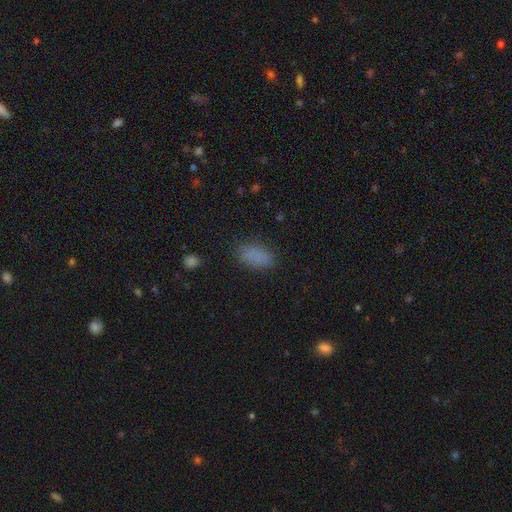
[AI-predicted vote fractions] Overall: smooth (84%). How rounded: in between (91%). Merging: none (83%).